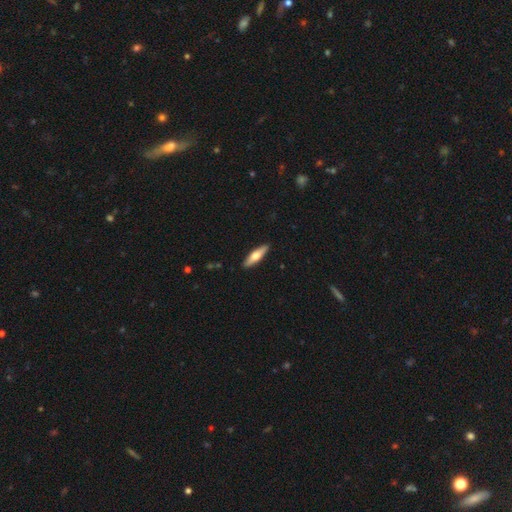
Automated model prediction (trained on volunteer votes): This is possibly a smooth galaxy (57%). How rounded: likely cigar-shaped (66%). Merging: clearly none (90%).